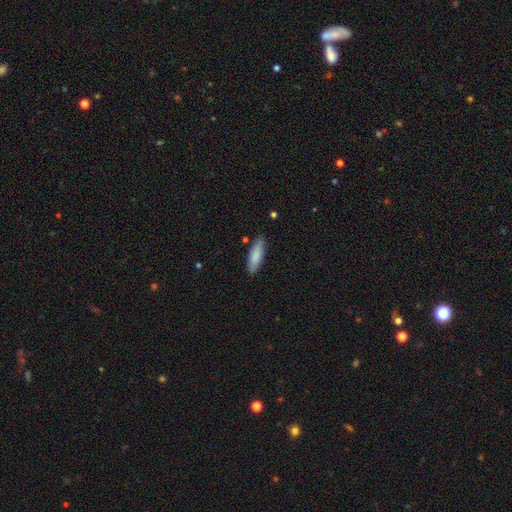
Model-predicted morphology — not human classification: Q: Smooth or featured?
A: smooth (84%); runner-up: featured or disk (11%)
Q: How rounded?
A: in between (52%); runner-up: cigar-shaped (47%)
Q: Merging?
A: none (84%); runner-up: minor disturbance (12%)